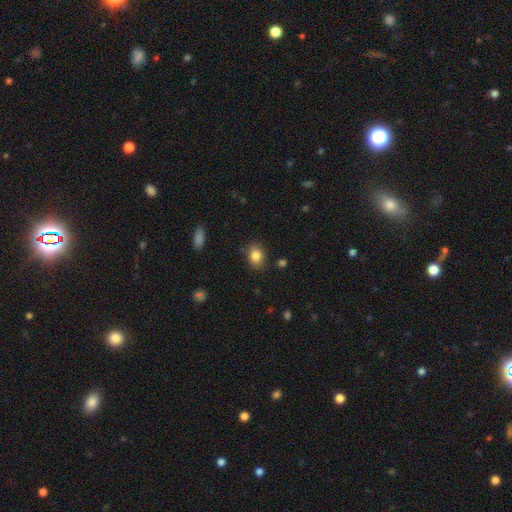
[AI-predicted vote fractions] Morphology: type=smooth (84%); roundness=in between (61%); merging=none (84%).